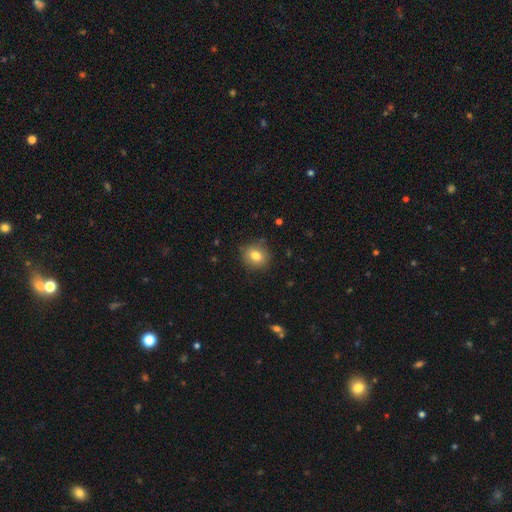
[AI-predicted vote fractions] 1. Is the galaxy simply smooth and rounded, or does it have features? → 81% smooth, 11% star or artifact, 9% featured or disk.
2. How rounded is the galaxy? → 79% round, 20% in between, 1% cigar-shaped.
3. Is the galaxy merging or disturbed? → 85% none, 11% minor disturbance, 2% major disturbance, 1% merger.